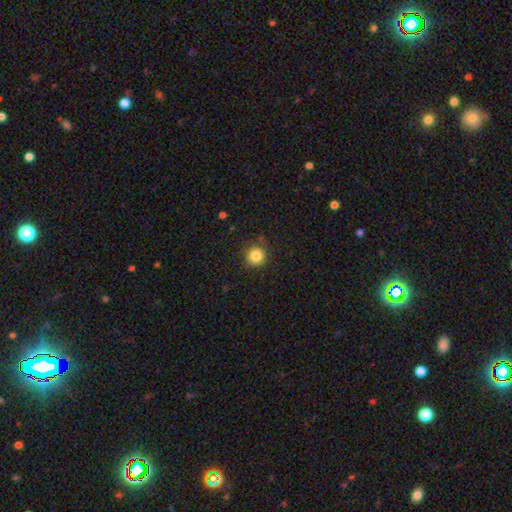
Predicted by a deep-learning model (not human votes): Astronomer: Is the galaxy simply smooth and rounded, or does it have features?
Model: smooth — 84%.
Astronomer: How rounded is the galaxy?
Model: round — 93%.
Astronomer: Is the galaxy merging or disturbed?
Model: none — 84%.